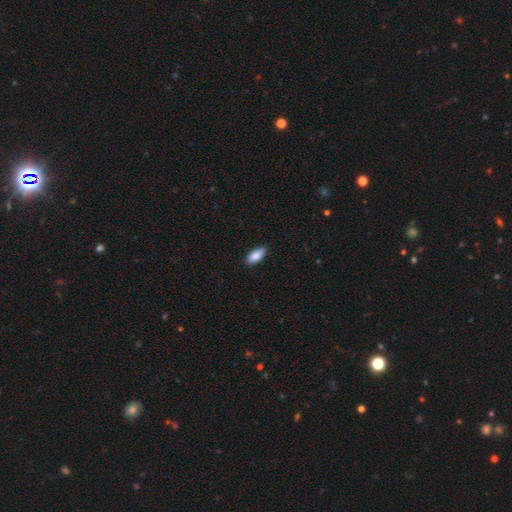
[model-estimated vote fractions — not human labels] Smooth or featured?
  - smooth: 87% *
  - featured or disk: 7%
  - star or artifact: 6%
How rounded?
  - in between: 83% *
  - cigar-shaped: 15%
  - round: 2%
Merging?
  - none: 88% *
  - minor disturbance: 9%
  - major disturbance: 2%
  - merger: 1%